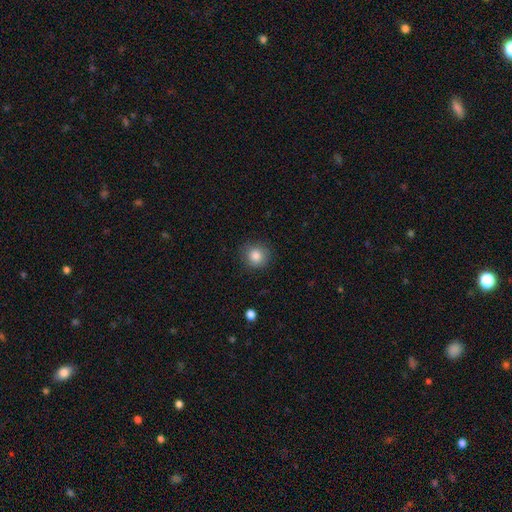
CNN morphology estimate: A smooth galaxy with no disk features (85%) that is round (88%).

Vote fractions:
- Smooth or featured? smooth: 85% / star or artifact: 10% / featured or disk: 5%
- How rounded? round: 88% / in between: 11% / cigar-shaped: 1%
- Merging? none: 85% / minor disturbance: 11% / major disturbance: 3% / merger: 1%